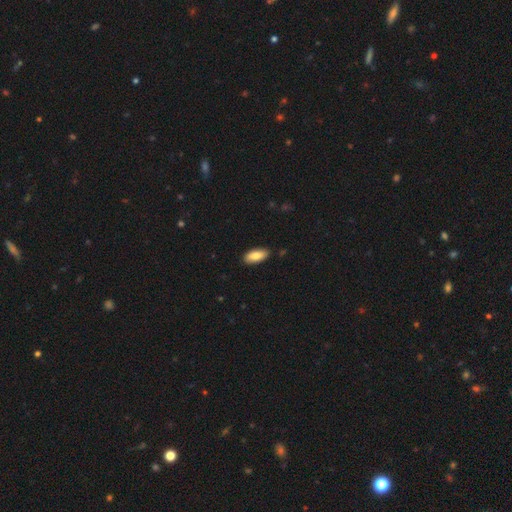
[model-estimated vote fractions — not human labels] A smooth galaxy with no disk features (84%) that is in between round and cigar-shaped (87%).

Vote fractions:
- Smooth or featured? smooth: 84% / featured or disk: 10% / star or artifact: 6%
- How rounded? in between: 87% / cigar-shaped: 11% / round: 2%
- Merging? none: 87% / minor disturbance: 10% / major disturbance: 2% / merger: 1%